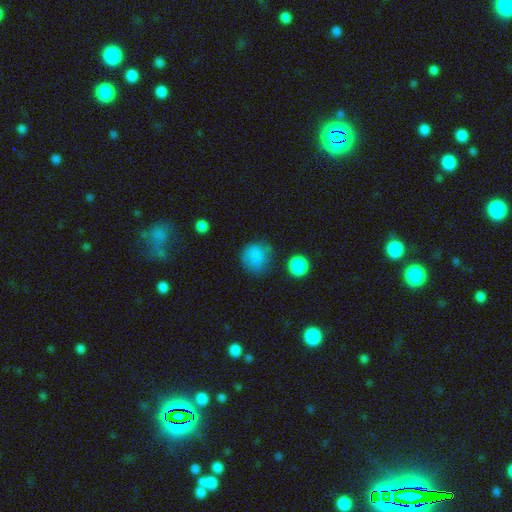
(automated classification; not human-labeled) This appears to be a smooth galaxy with no disk features (83%) that is round (83%). Merging: none (68%).